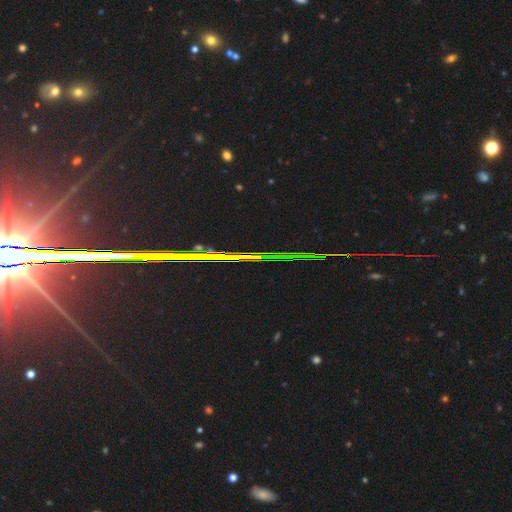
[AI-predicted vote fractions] Smooth or featured? star or artifact (82%)